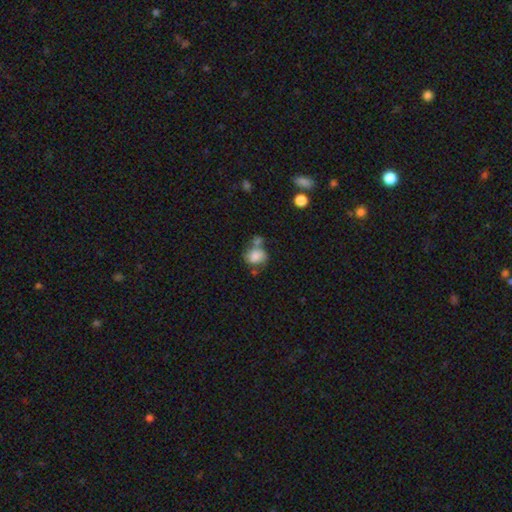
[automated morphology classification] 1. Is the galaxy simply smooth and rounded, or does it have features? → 79% smooth, 12% featured or disk, 9% star or artifact.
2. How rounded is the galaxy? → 56% round, 43% in between, 1% cigar-shaped.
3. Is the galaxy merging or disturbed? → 39% none, 32% merger, 19% minor disturbance, 9% major disturbance.